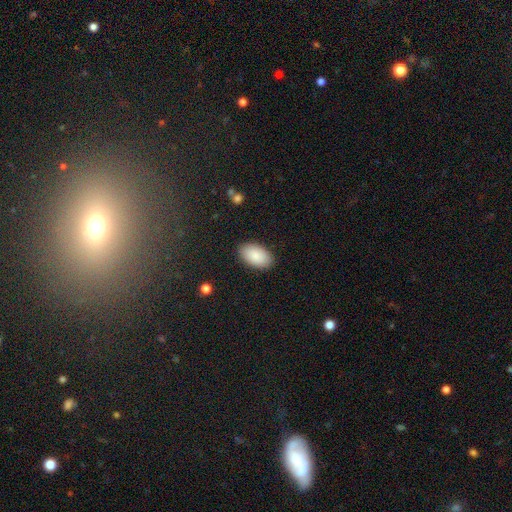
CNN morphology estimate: Smooth or featured?
  - smooth: 89% *
  - star or artifact: 6%
  - featured or disk: 5%
How rounded?
  - in between: 95% *
  - round: 4%
  - cigar-shaped: 1%
Merging?
  - none: 88% *
  - minor disturbance: 9%
  - major disturbance: 2%
  - merger: 1%